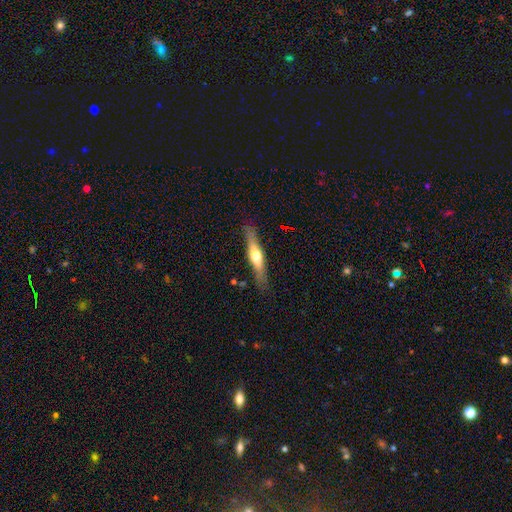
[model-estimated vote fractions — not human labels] A featured or disk galaxy (56%) viewed edge-on (91%) with a rounded central bulge (91%). Merging: none (83%).